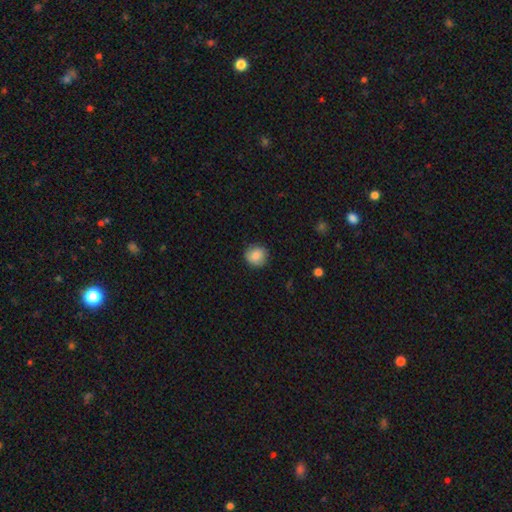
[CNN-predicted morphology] Smooth or featured? smooth (84%)
How rounded? round (90%)
Merging? none (85%)